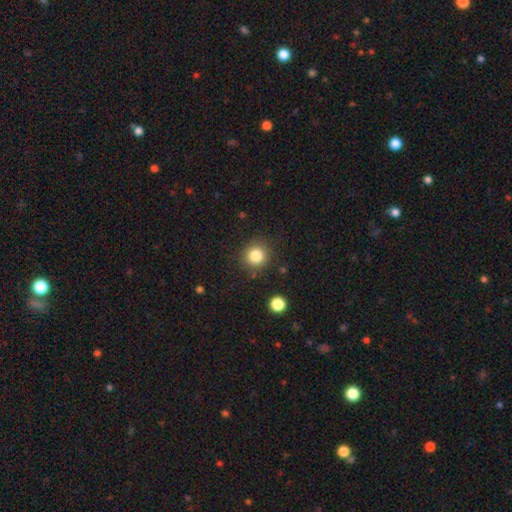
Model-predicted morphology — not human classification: smooth 83%, star or artifact 11%, featured or disk 6%. Down the decision tree: how rounded — round (91%); merging — none (86%).